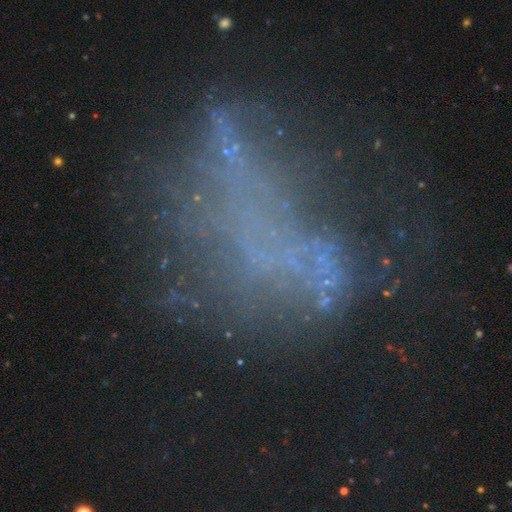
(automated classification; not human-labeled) Smooth or featured?
  - featured or disk: 43% *
  - star or artifact: 38%
  - smooth: 19%
Merging?
  - none: 43% *
  - major disturbance: 34%
  - minor disturbance: 15%
  - merger: 9%